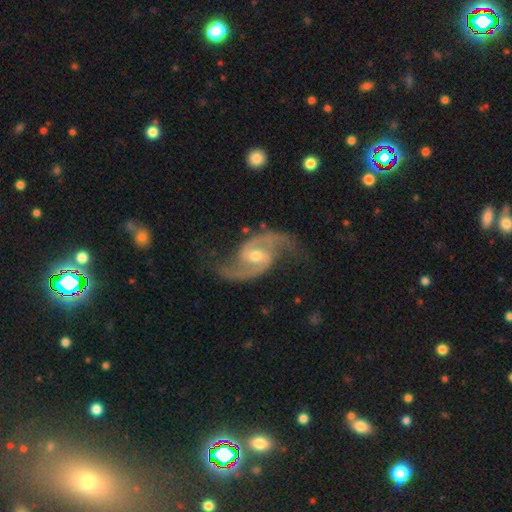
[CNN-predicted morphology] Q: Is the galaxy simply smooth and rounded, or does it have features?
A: featured or disk — 93%.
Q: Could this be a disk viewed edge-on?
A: no — 98%.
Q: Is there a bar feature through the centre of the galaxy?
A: weak — 48%.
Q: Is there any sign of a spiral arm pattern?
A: yes — 98%.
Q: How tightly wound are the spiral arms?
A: medium — 47%.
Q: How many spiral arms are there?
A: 2 — 94%.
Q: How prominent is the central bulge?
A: moderate — 59%.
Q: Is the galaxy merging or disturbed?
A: none — 77%.